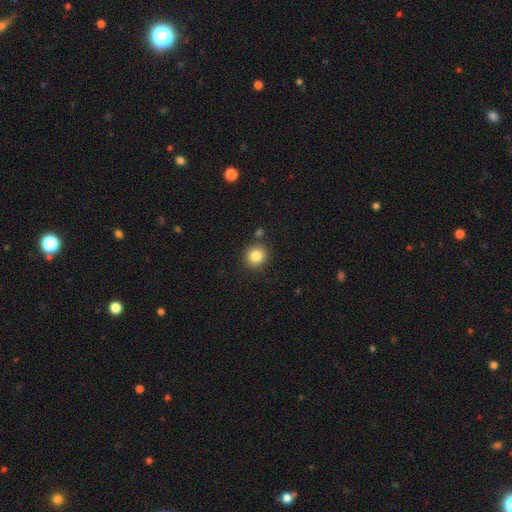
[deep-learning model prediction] The model was most divided on "how rounded": round: 86%, in between: 13%, cigar-shaped: 1%. More confident: smooth or featured — smooth (85%); merging — none (83%).